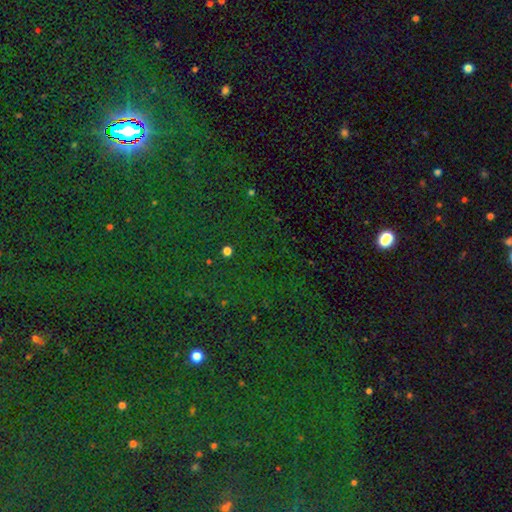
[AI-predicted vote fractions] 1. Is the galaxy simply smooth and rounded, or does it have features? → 82% star or artifact, 10% smooth, 8% featured or disk.